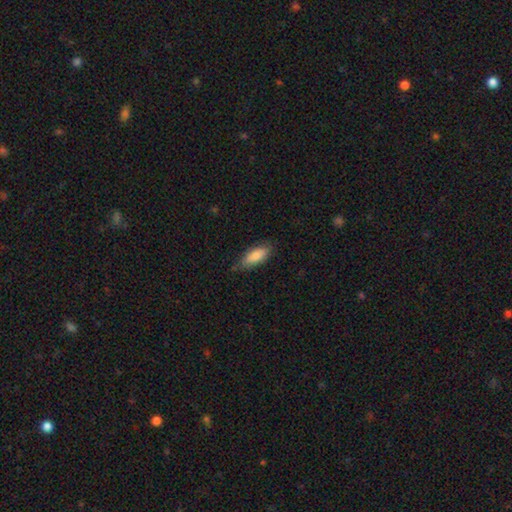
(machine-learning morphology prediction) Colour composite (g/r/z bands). It shows a smooth galaxy with no disk features (84%) that is in between round and cigar-shaped (75%). Merging: none (75%).